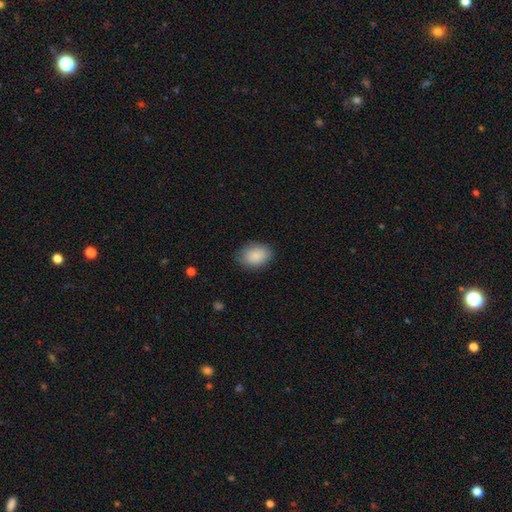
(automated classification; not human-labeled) Smooth or featured? Predicted: smooth (p=0.88). How rounded? Predicted: in between (p=0.75). Merging? Predicted: none (p=0.81).